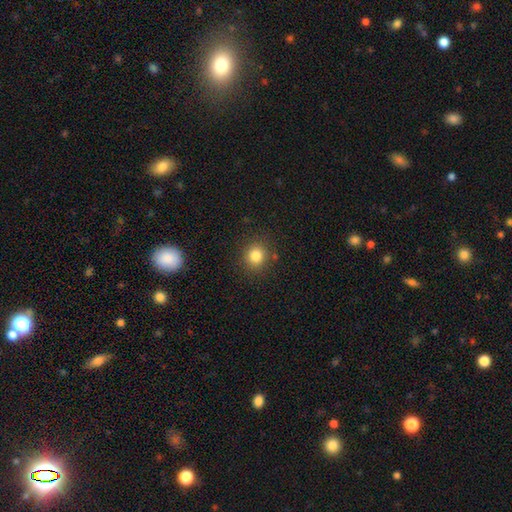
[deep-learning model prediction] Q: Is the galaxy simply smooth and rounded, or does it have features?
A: smooth — 82%.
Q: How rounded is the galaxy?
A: round — 85%.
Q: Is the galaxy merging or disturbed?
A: none — 86%.